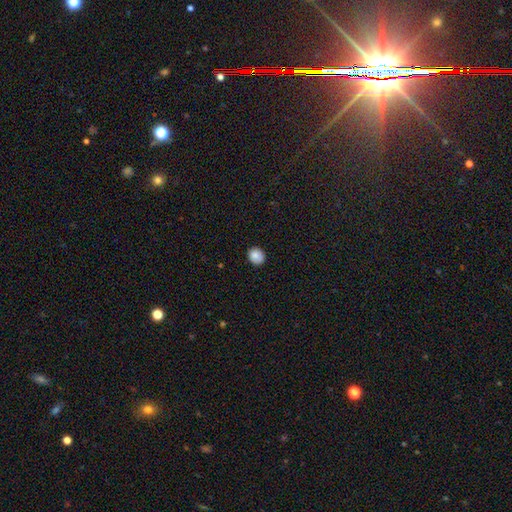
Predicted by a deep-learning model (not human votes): smooth_or_featured: smooth (p=0.85) [alt: star or artifact p=0.09]
how_rounded: round (p=0.78) [alt: in between p=0.21]
merging: none (p=0.88) [alt: minor disturbance p=0.09]